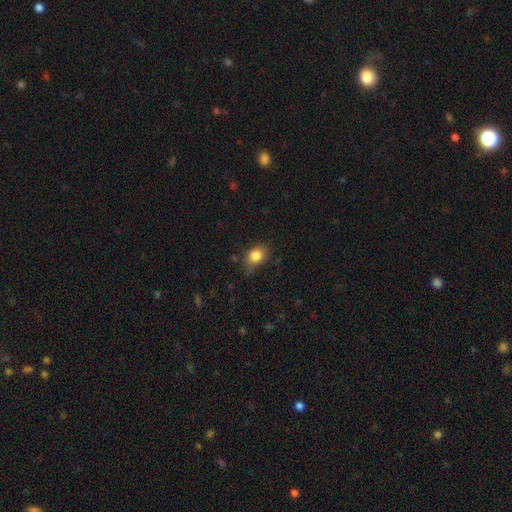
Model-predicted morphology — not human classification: smooth-or-featured: smooth: 84% | star or artifact: 9% | featured or disk: 7%
  how-rounded: in between: 60% | round: 39% | cigar-shaped: 1%
  merging: none: 70% | minor disturbance: 23% | major disturbance: 6% | merger: 2%